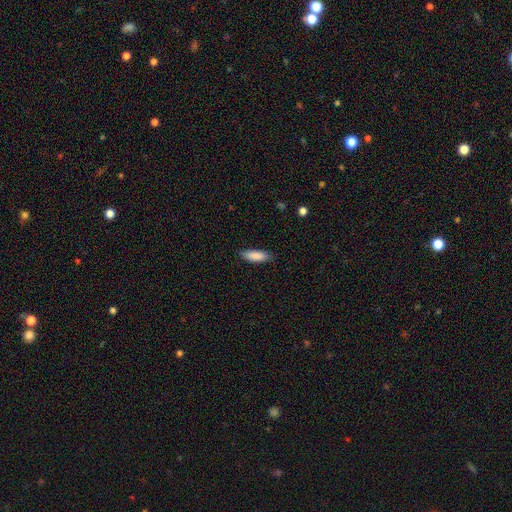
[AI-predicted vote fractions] A smooth galaxy with no disk features (88%) that is in between round and cigar-shaped (57%). Merging: none (84%).